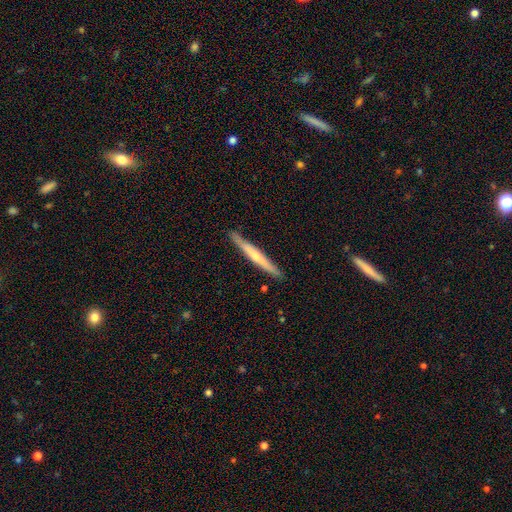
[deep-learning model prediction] Smooth or featured?
  - featured or disk: 49% *
  - smooth: 46%
  - star or artifact: 5%
Merging?
  - none: 89% *
  - minor disturbance: 8%
  - major disturbance: 1%
  - merger: 1%